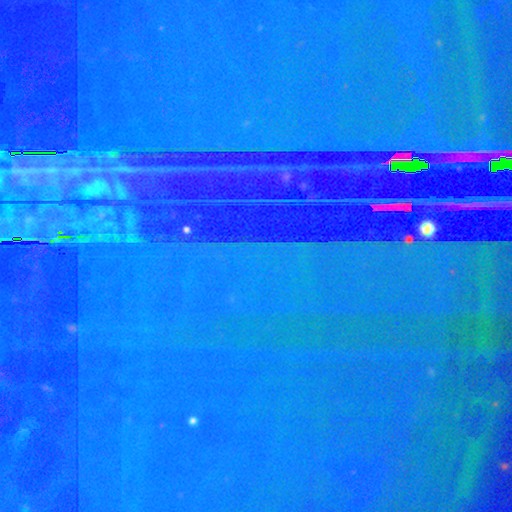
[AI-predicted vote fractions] Q: Smooth or featured?
A: star or artifact (87%); runner-up: featured or disk (7%)